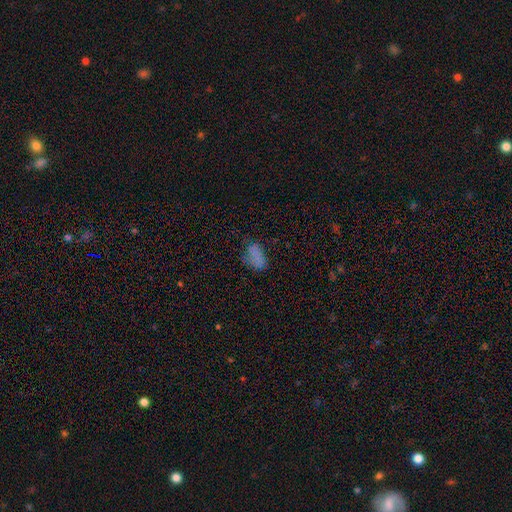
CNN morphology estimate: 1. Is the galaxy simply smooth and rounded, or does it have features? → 72% smooth, 17% star or artifact, 12% featured or disk.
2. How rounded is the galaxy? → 89% in between, 8% round, 3% cigar-shaped.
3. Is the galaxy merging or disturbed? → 52% none, 26% minor disturbance, 17% major disturbance, 4% merger.